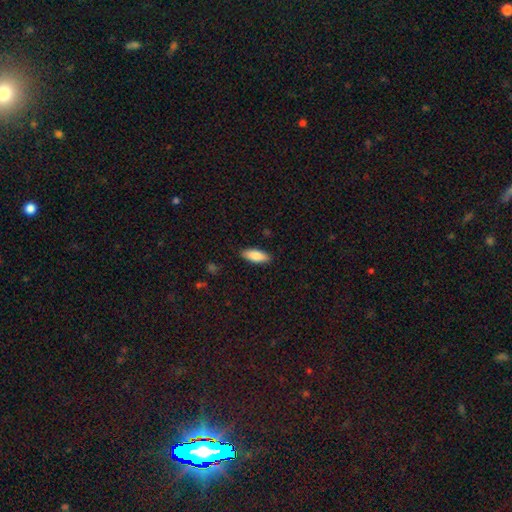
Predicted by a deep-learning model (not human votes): This is clearly a smooth galaxy (86%). How rounded: likely in between (75%). Merging: clearly none (89%).